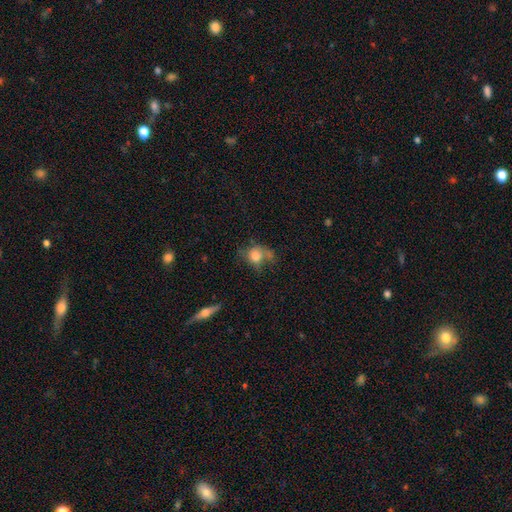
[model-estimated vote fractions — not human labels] Smooth or featured? smooth (68%)
How rounded? round (50%)
Merging? none (40%)